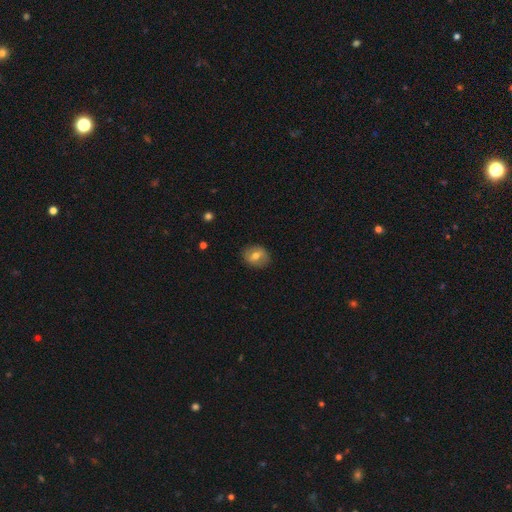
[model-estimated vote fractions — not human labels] Morphology: type=smooth (58%); roundness=round (58%); merging=none (85%).